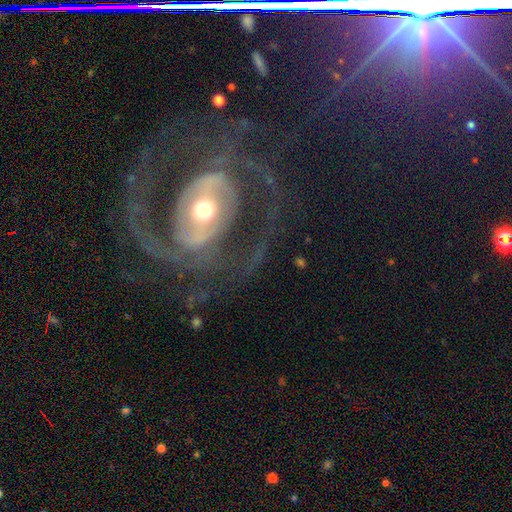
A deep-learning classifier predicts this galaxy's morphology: This appears to be a featured or disk galaxy (84%) with a strong bar (40%), 2 (86%) medium (51%) spiral arms (90%) and a moderate central bulge (62%). Merging: none (74%).